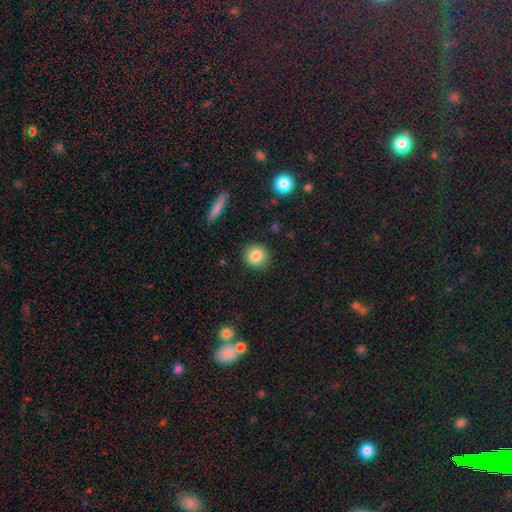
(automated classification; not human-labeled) Overall: smooth (85%). How rounded: round (86%). Merging: none (89%).